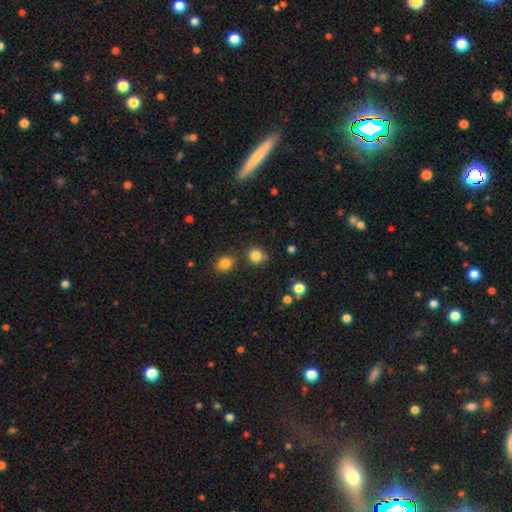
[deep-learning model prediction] Smooth or featured? smooth (83%)
How rounded? round (86%)
Merging? none (76%)